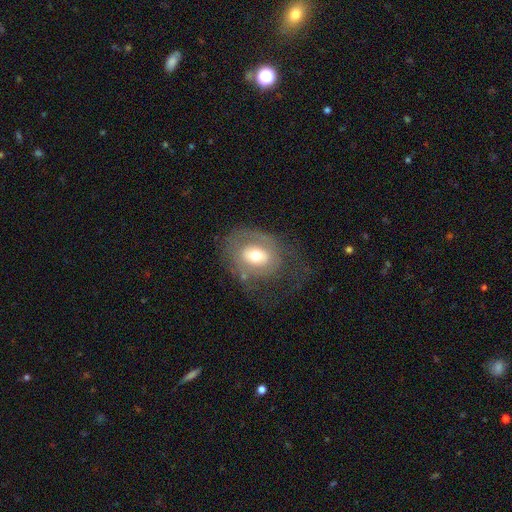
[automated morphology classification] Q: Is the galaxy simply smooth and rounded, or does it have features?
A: smooth — 48%.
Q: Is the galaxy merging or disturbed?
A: none — 49%.